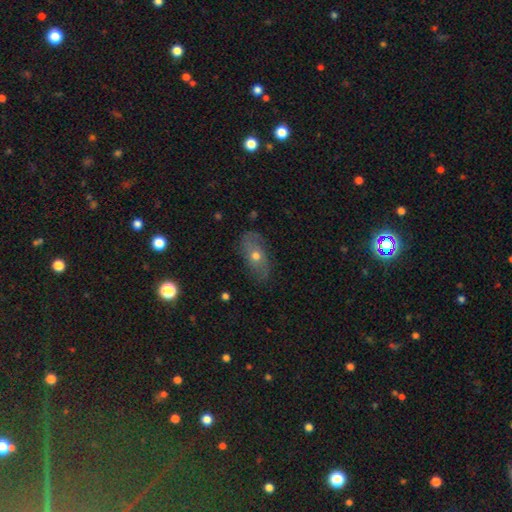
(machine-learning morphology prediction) Smooth or featured? featured or disk (46%)
Merging? none (76%)